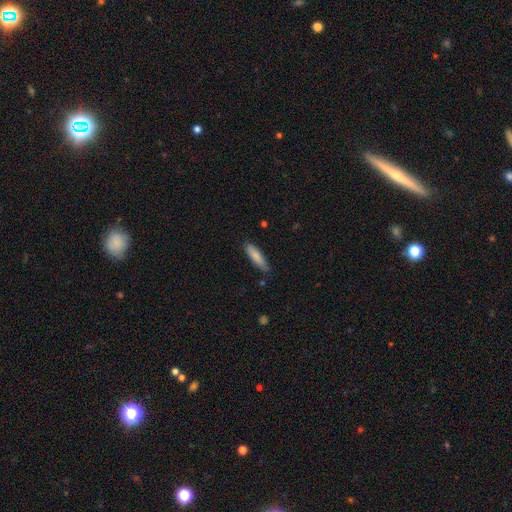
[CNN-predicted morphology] smooth_or_featured: smooth (p=0.82) [alt: featured or disk p=0.12]
how_rounded: cigar-shaped (p=0.69) [alt: in between p=0.30]
merging: none (p=0.81) [alt: minor disturbance p=0.15]